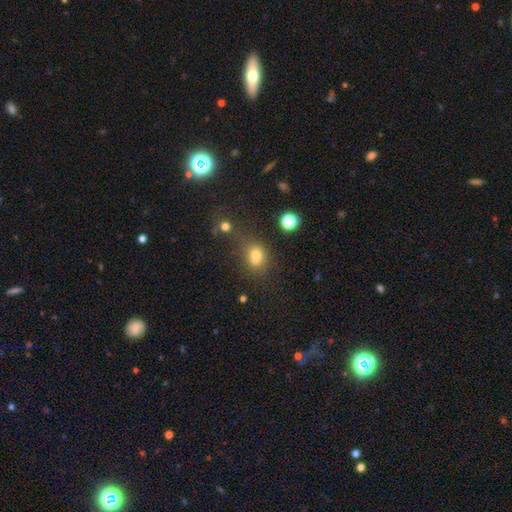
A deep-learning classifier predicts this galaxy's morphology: A smooth galaxy with no disk features (70%) that is round (51%). Merging: none (47%).